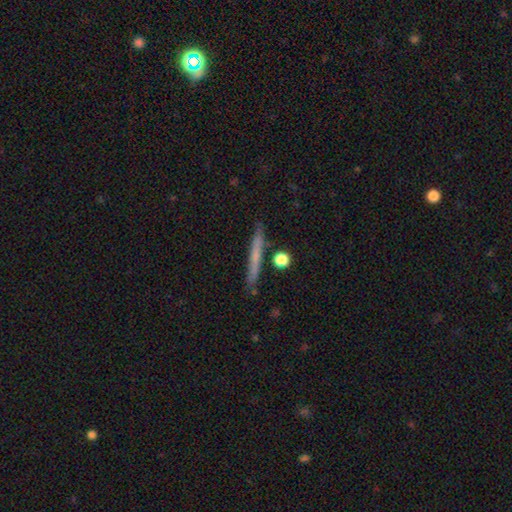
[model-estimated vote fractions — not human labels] smooth 57%, featured or disk 36%, star or artifact 7%. Down the decision tree: how rounded — cigar-shaped (94%); merging — none (85%).